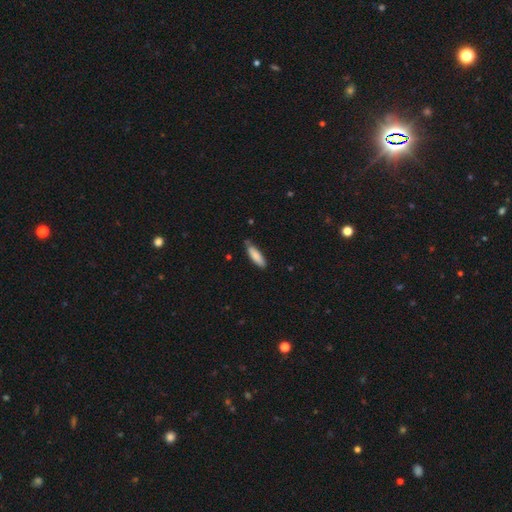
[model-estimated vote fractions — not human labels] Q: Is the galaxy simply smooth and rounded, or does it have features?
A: smooth — 84%.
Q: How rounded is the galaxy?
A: cigar-shaped — 57%.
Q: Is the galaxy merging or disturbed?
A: none — 77%.